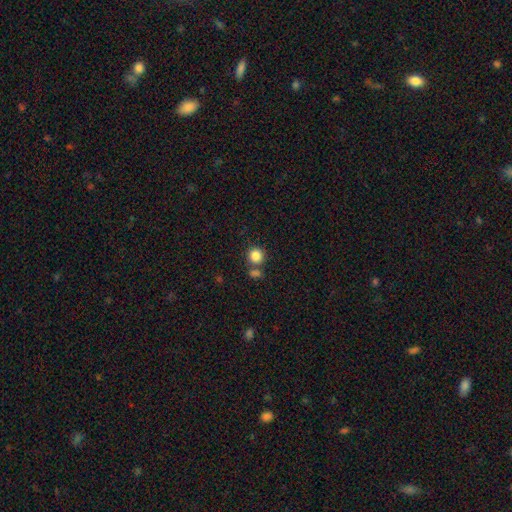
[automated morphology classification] smooth 85%, star or artifact 10%, featured or disk 5%. Down the decision tree: how rounded — round (91%); merging — none (66%).